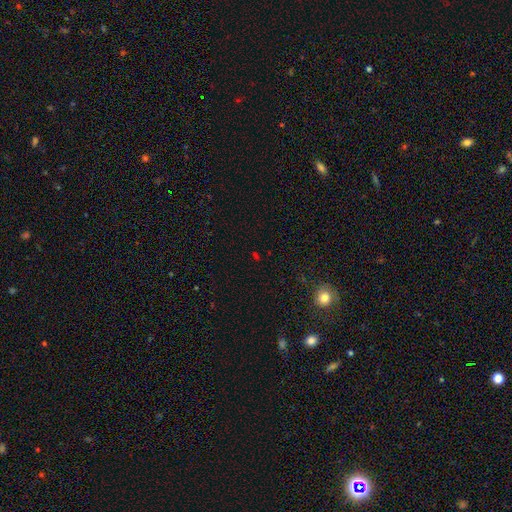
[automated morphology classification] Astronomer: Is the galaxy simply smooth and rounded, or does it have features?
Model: star or artifact — 62%.